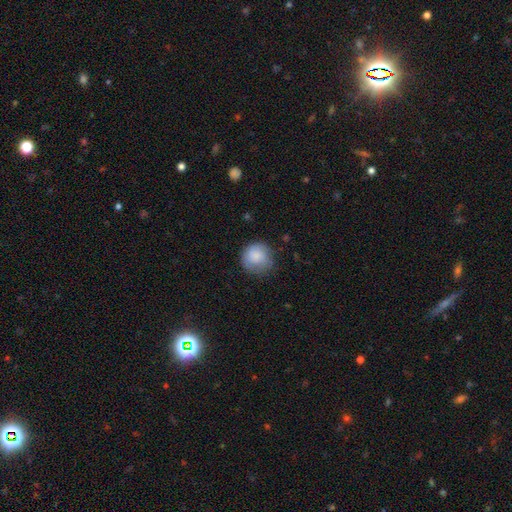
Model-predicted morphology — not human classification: smooth_or_featured: smooth (p=0.81) [alt: featured or disk p=0.12]
how_rounded: round (p=0.90) [alt: in between p=0.09]
merging: none (p=0.70) [alt: minor disturbance p=0.22]